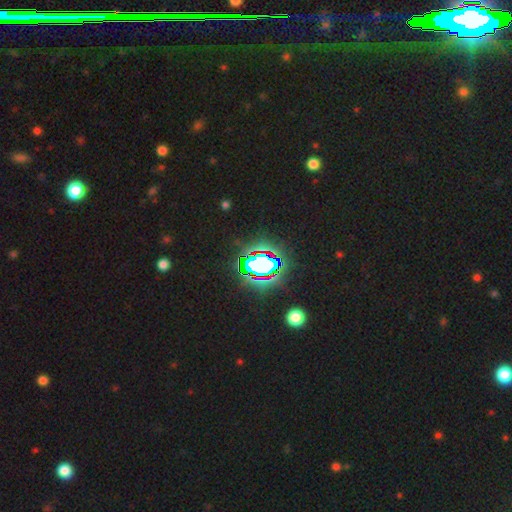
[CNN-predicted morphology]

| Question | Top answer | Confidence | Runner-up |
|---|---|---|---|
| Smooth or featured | star or artifact | 78% | smooth (13%) |